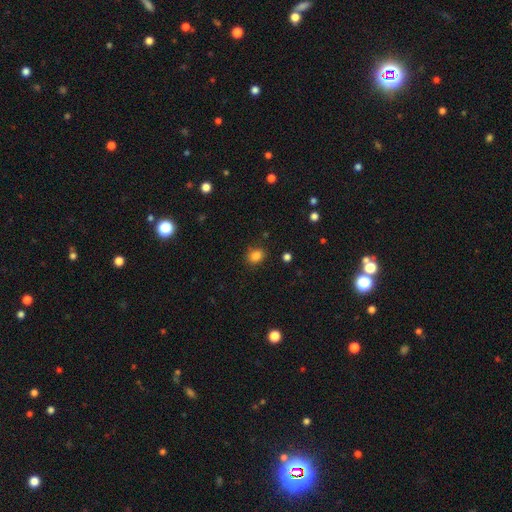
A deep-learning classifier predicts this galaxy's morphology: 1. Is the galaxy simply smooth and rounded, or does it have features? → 83% smooth, 12% star or artifact, 5% featured or disk.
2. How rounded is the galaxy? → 50% round, 49% in between, 1% cigar-shaped.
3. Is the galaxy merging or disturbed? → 84% none, 11% minor disturbance, 3% major disturbance, 2% merger.